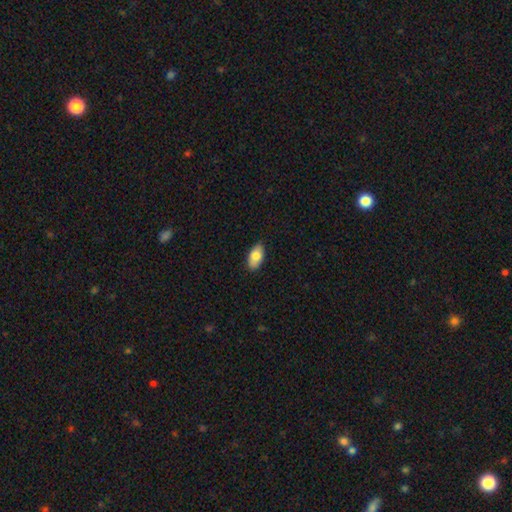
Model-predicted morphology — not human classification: smooth 80%, featured or disk 13%, star or artifact 6%. Down the decision tree: how rounded — in between (93%); merging — none (88%).